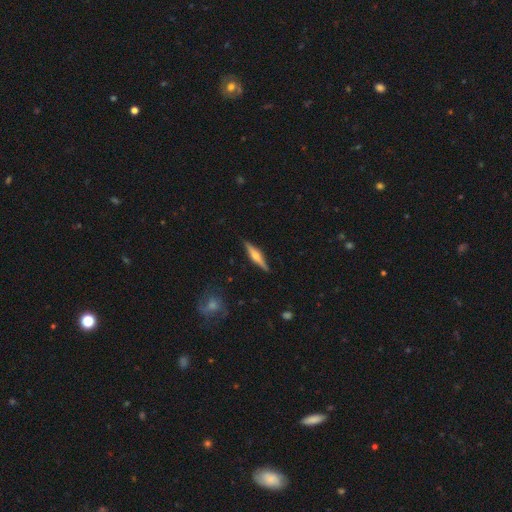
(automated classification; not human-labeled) Smooth or featured? Predicted: featured or disk (p=0.67). Edge-on disk? Predicted: yes (p=0.97). Edge-on bulge? Predicted: rounded (p=0.89). Merging? Predicted: none (p=0.90).